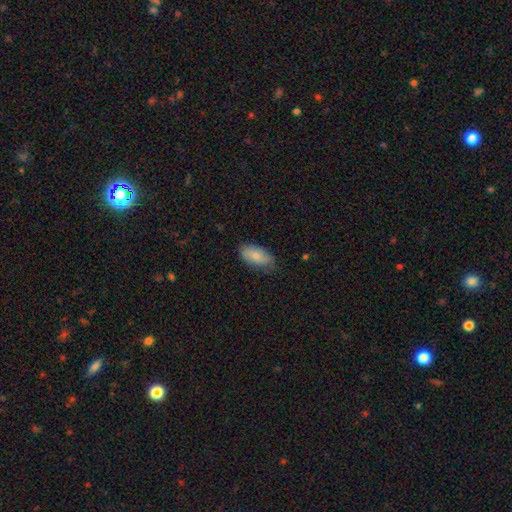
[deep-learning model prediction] smooth-or-featured: smooth: 80% | featured or disk: 14% | star or artifact: 6%
  how-rounded: in between: 91% | cigar-shaped: 6% | round: 3%
  merging: none: 75% | minor disturbance: 21% | major disturbance: 3% | merger: 1%